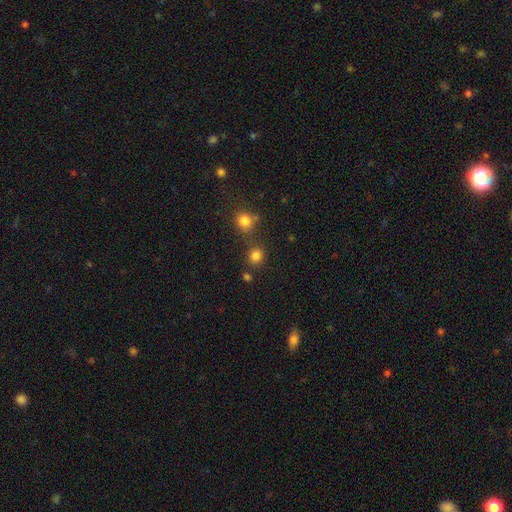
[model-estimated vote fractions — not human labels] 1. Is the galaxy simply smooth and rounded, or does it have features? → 81% smooth, 15% star or artifact, 5% featured or disk.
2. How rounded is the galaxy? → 85% round, 14% in between, 1% cigar-shaped.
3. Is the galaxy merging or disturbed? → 74% none, 14% merger, 9% minor disturbance, 4% major disturbance.